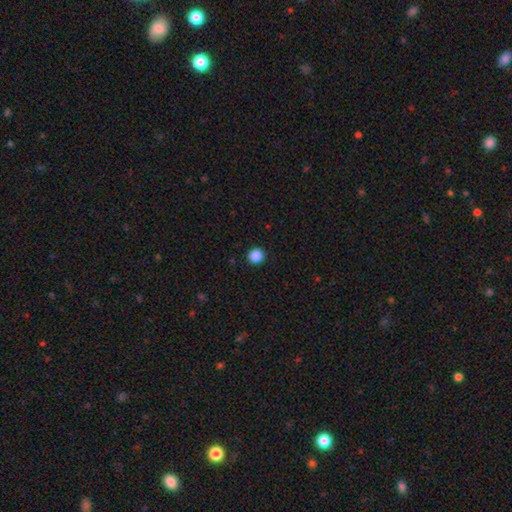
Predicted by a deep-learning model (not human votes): Q: Smooth or featured?
A: smooth (87%); runner-up: star or artifact (10%)
Q: How rounded?
A: round (94%); runner-up: in between (5%)
Q: Merging?
A: none (93%); runner-up: minor disturbance (4%)